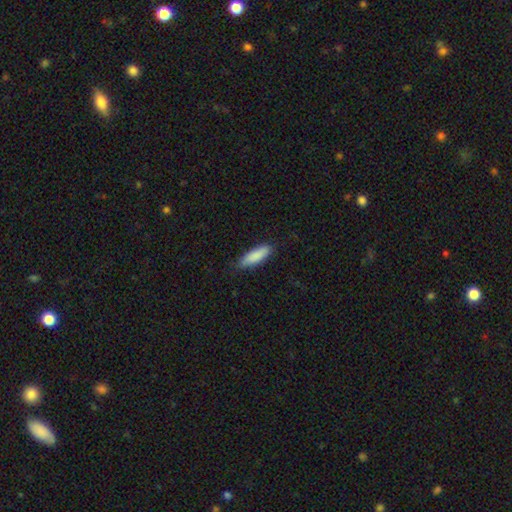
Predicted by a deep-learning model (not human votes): Q: Smooth or featured?
A: smooth (87%); runner-up: featured or disk (7%)
Q: How rounded?
A: in between (51%); runner-up: cigar-shaped (47%)
Q: Merging?
A: none (80%); runner-up: minor disturbance (16%)